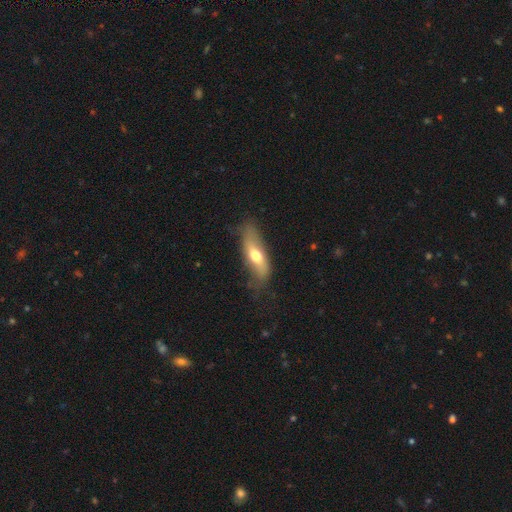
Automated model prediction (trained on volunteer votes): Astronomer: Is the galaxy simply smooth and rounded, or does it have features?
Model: smooth — 51% (runner-up: featured or disk, 42%).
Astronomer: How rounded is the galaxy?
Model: in between — 59% (runner-up: cigar-shaped, 36%).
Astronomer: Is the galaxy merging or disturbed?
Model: none — 61%.